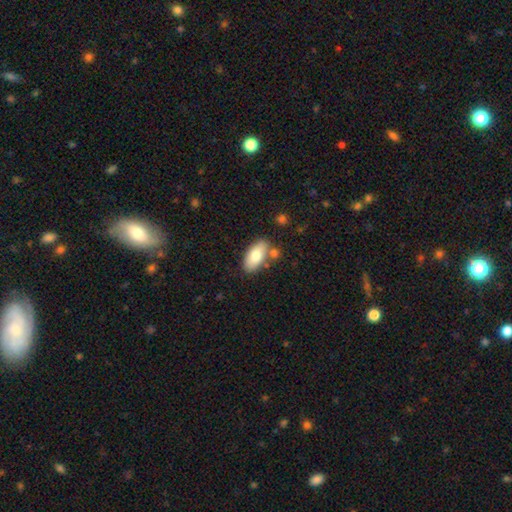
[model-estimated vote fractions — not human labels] Smooth or featured?
  - smooth: 78% *
  - featured or disk: 16%
  - star or artifact: 6%
How rounded?
  - in between: 91% *
  - cigar-shaped: 6%
  - round: 3%
Merging?
  - none: 71% *
  - minor disturbance: 14%
  - merger: 11%
  - major disturbance: 3%